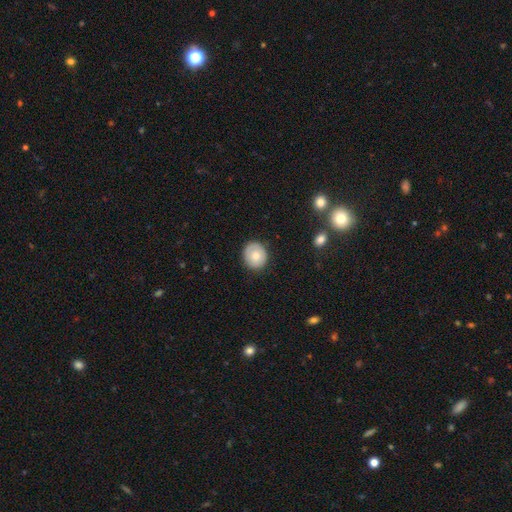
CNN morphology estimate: smooth_or_featured: smooth (p=0.73) [alt: featured or disk p=0.20]
how_rounded: round (p=0.80) [alt: in between p=0.19]
merging: none (p=0.86) [alt: minor disturbance p=0.11]